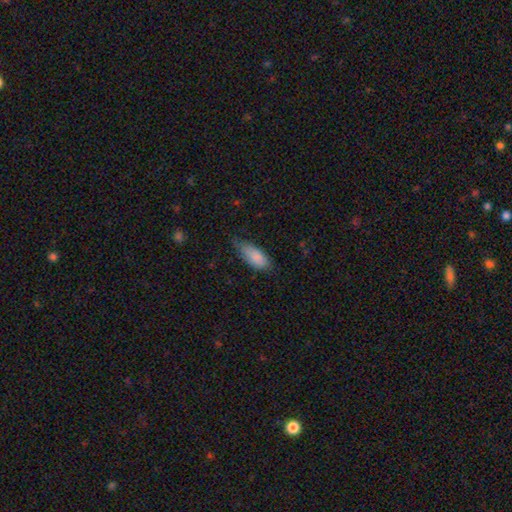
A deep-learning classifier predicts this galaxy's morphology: smooth-or-featured: smooth: 85% | featured or disk: 9% | star or artifact: 7%
  how-rounded: in between: 84% | cigar-shaped: 14% | round: 2%
  merging: none: 52% | minor disturbance: 39% | major disturbance: 8% | merger: 2%